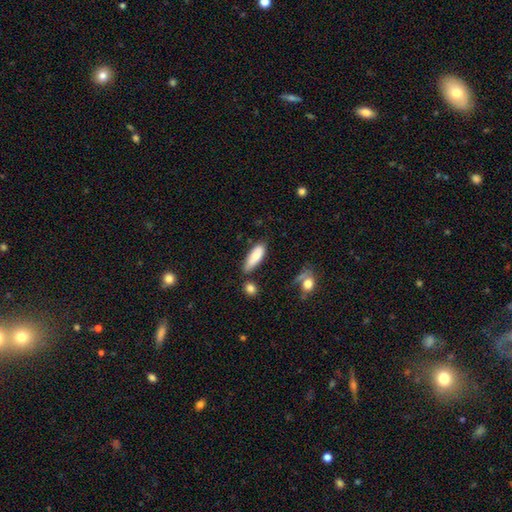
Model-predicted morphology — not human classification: Overall: smooth (81%). How rounded: in between (67%; cigar-shaped 31%). Merging: none (60%; minor disturbance 26%).